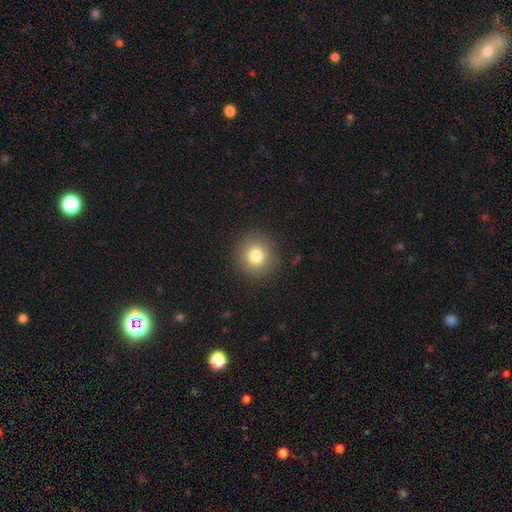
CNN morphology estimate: smooth-or-featured: smooth: 80% | star or artifact: 11% | featured or disk: 9%
  how-rounded: round: 92% | in between: 8% | cigar-shaped: 1%
  merging: none: 90% | minor disturbance: 6% | major disturbance: 3% | merger: 1%